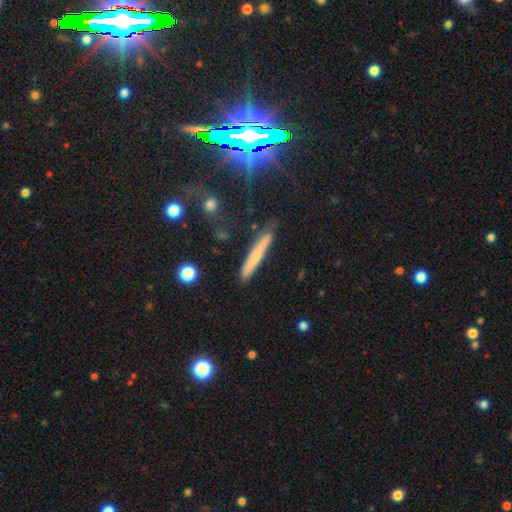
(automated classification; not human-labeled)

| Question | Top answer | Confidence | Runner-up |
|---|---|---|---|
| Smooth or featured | smooth | 63% | featured or disk (28%) |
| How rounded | cigar-shaped | 95% | in between (4%) |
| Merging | none | 83% | minor disturbance (12%) |